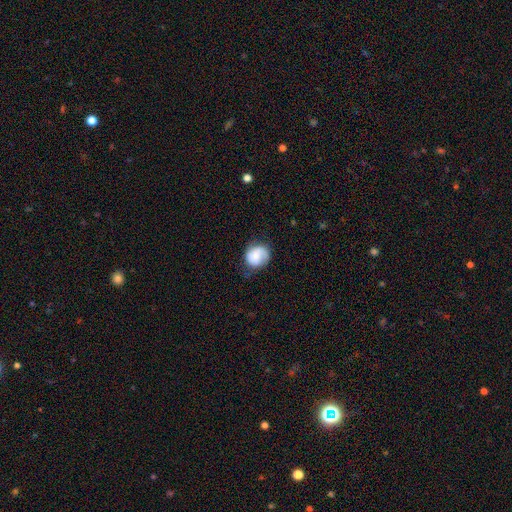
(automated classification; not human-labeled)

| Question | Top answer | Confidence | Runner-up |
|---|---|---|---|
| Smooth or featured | smooth | 56% | featured or disk (37%) |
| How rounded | round | 72% | in between (27%) |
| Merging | none | 62% | minor disturbance (26%) |